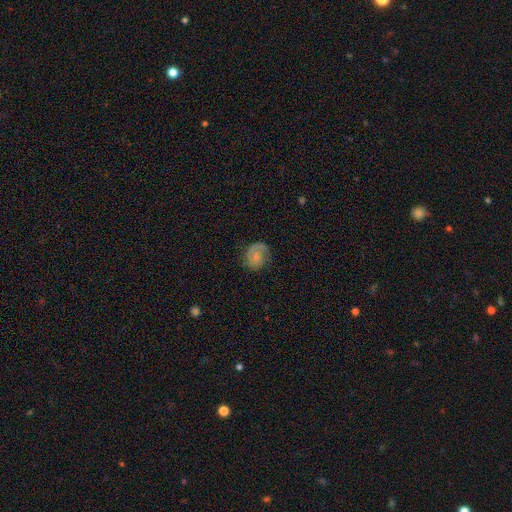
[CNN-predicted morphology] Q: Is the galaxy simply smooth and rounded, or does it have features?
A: featured or disk — 49%.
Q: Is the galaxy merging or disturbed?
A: none — 64%.